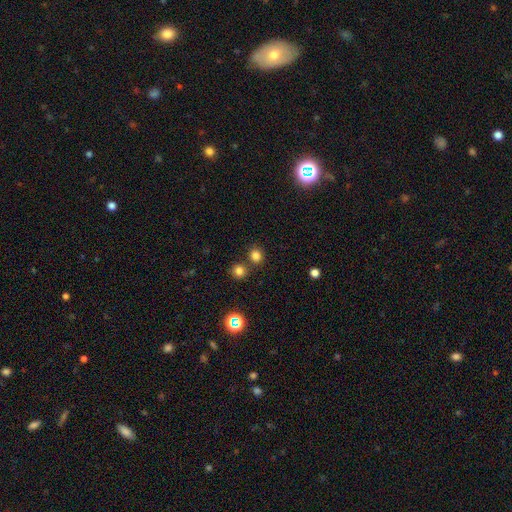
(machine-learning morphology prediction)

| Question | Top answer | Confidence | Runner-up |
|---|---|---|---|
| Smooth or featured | smooth | 79% | star or artifact (16%) |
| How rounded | round | 86% | in between (13%) |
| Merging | none | 74% | merger (16%) |